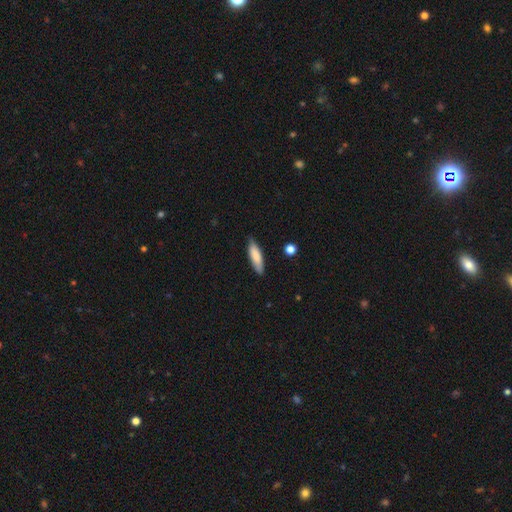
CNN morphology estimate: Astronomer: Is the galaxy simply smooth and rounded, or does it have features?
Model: smooth — 81%.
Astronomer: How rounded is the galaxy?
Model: cigar-shaped — 59% (runner-up: in between, 39%).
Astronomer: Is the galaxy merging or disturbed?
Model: none — 80%.